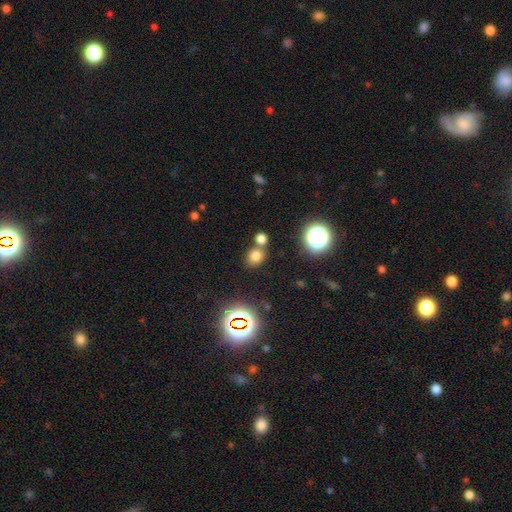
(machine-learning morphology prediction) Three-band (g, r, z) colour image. It shows a smooth galaxy with no disk features (71%) that is round (71%). Merging: none (64%).